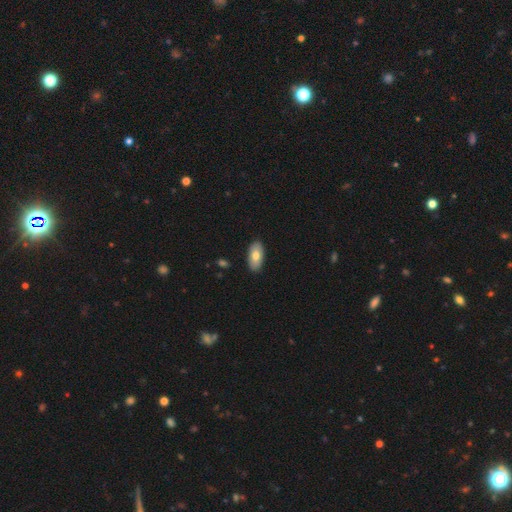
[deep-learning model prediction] Morphology: type=smooth (74%); roundness=in between (93%); merging=none (89%).